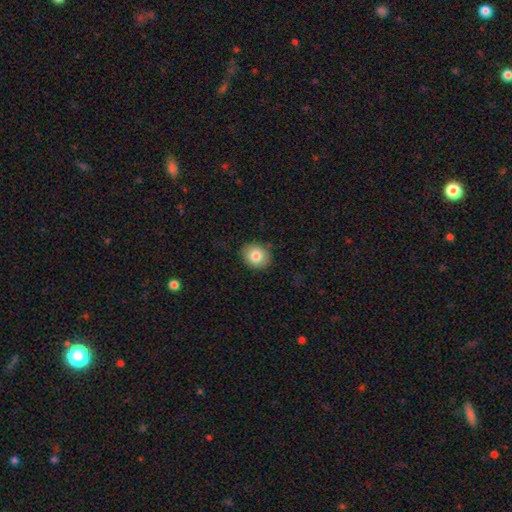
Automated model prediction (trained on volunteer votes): Smooth or featured? Predicted: smooth (p=0.83). How rounded? Predicted: round (p=0.63). Merging? Predicted: none (p=0.88).